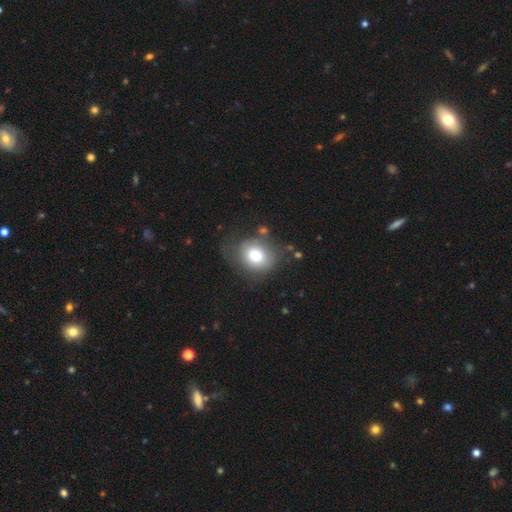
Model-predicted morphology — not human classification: This appears to be a smooth galaxy with no disk features (73%) that is round (67%). Merging: none (65%).